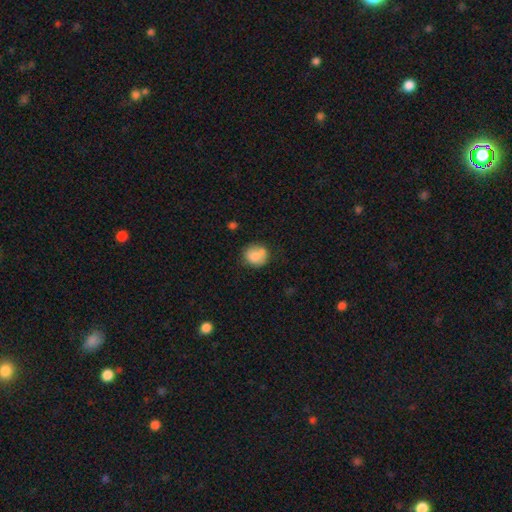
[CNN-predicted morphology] This appears to be a smooth galaxy with no disk features (76%) that is round (81%). Merging: none (59%).